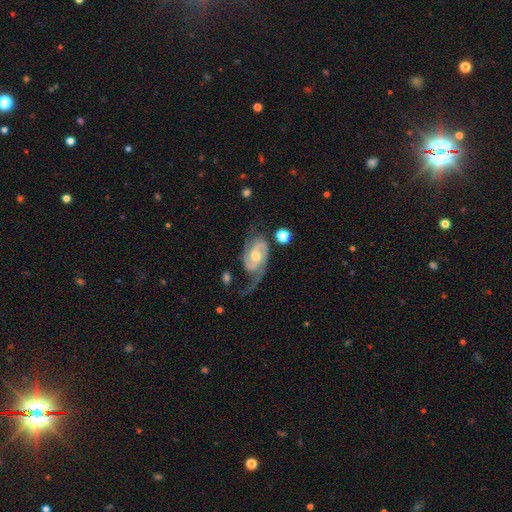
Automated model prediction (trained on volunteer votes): This is clearly a featured or disk galaxy (89%). It is clearly not viewed edge-on (97%). Bar: possibly no (51%). Spiral arm pattern: clearly yes (97%). Spiral arm count: clearly 2 (84%). Spiral winding: possibly medium (45%). Central bulge: likely moderate (62%). Merging: possibly none (49%).